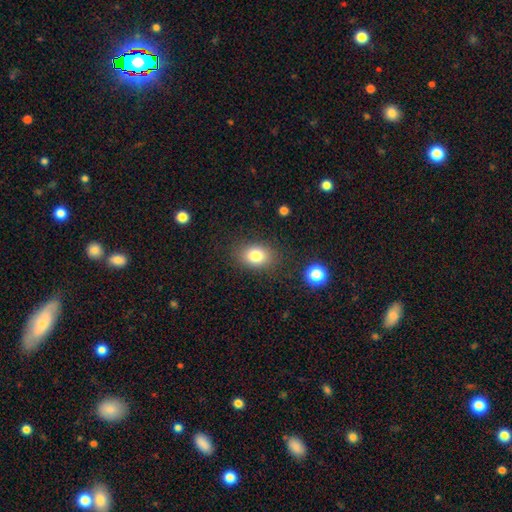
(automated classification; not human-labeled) Overall: smooth (80%). How rounded: in between (69%; round 30%). Merging: none (83%).